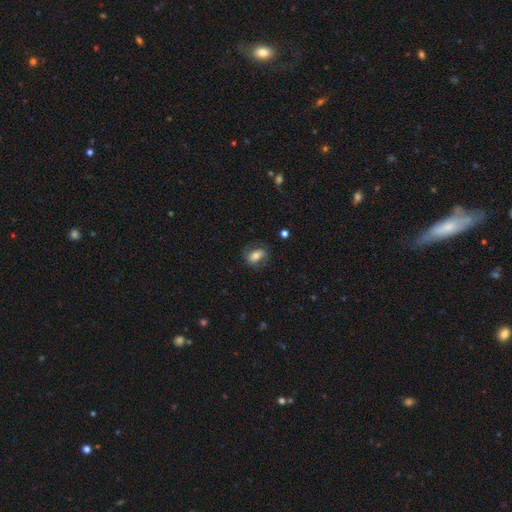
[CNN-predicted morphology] Smooth or featured: smooth — 60% (featured or disk — 32%)
How rounded: in between — 76% (round — 21%)
Merging: none — 72% (minor disturbance — 18%)